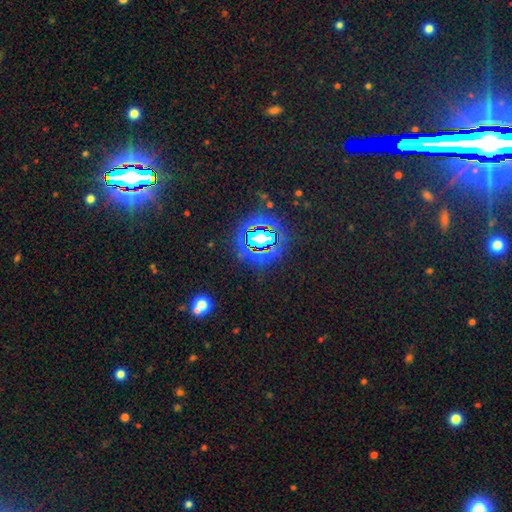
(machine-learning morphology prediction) Smooth or featured: star or artifact — 82% (smooth — 9%)